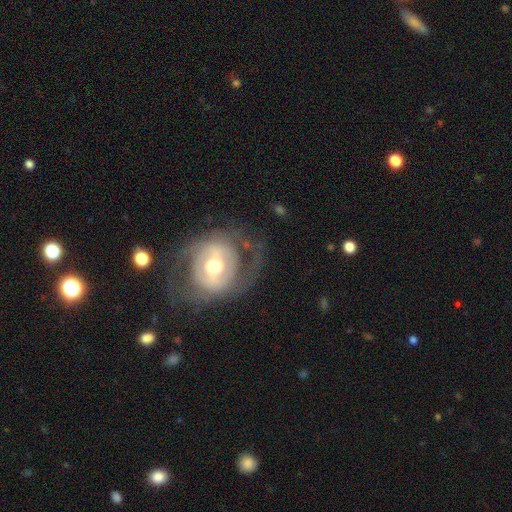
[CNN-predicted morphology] smooth_or_featured: featured or disk (p=0.75) [alt: smooth p=0.17]
disk_edge_on: no (p=0.96) [alt: yes p=0.04]
bar: weak (p=0.37) [alt: no p=0.36]
has_spiral_arms: yes (p=0.71) [alt: no p=0.29]
spiral_winding: tight (p=0.43) [alt: medium p=0.38]
spiral_arm_count: 2 (p=0.60) [alt: can't tell p=0.24]
bulge_size: moderate (p=0.62) [alt: small p=0.28]
merging: none (p=0.64) [alt: major disturbance p=0.18]